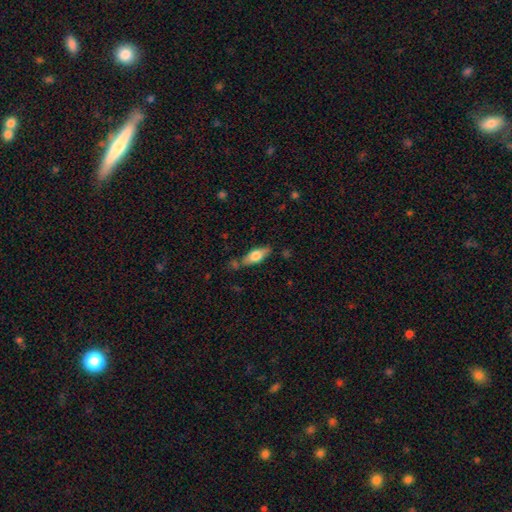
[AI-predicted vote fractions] This appears to be a smooth galaxy with no disk features (61%) that is in between round and cigar-shaped (67%). Merging: none (73%).